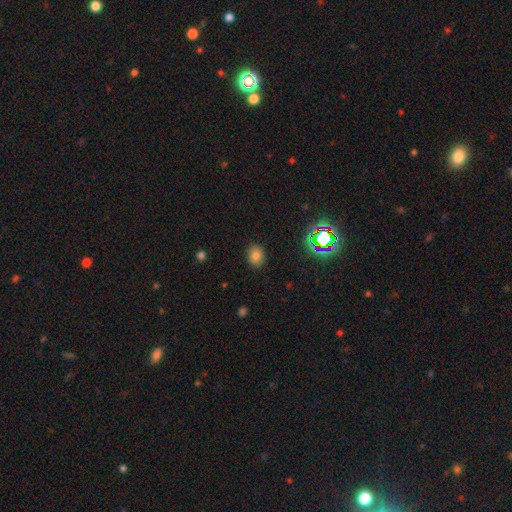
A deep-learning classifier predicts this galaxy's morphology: This appears to be a smooth galaxy with no disk features (77%) that is in between round and cigar-shaped (50%). Merging: none (87%).